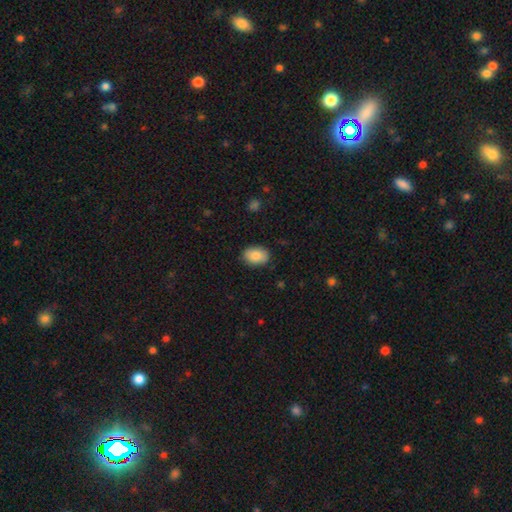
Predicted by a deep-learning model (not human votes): This appears to be a smooth galaxy with no disk features (86%) that is in between round and cigar-shaped (84%). Merging: none (86%).